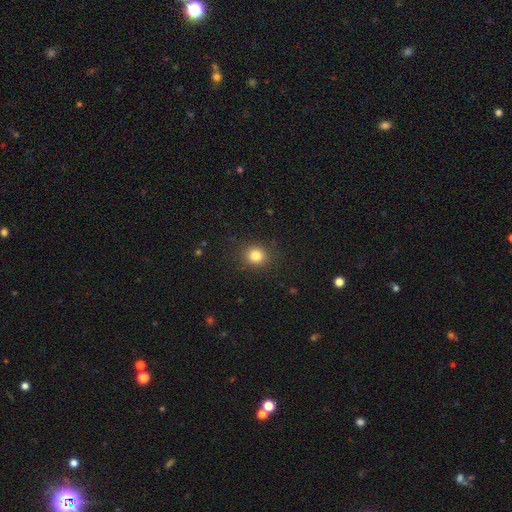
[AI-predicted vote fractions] Smooth or featured? smooth (82%)
How rounded? round (82%)
Merging? none (89%)